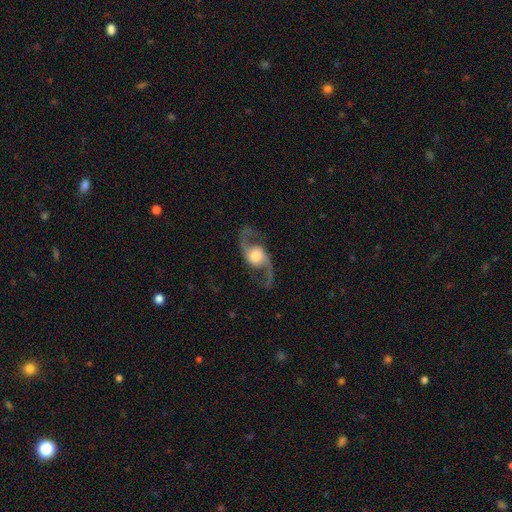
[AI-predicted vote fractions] Smooth or featured?
  - featured or disk: 91% *
  - smooth: 5%
  - star or artifact: 4%
Edge-on disk?
  - no: 96% *
  - yes: 4%
Bar?
  - no: 63% *
  - weak: 28%
  - strong: 9%
Spiral arms?
  - yes: 97% *
  - no: 3%
Spiral winding?
  - loose: 65% *
  - medium: 30%
  - tight: 5%
Spiral arm count?
  - 2: 95% *
  - can't tell: 1%
  - 1: 1%
  - 3: 1%
  - 4: 1%
  - more than 4: 1%
Bulge size?
  - large: 50% *
  - moderate: 30%
  - dominant: 10%
  - small: 7%
  - none: 3%
Merging?
  - none: 82% *
  - minor disturbance: 10%
  - major disturbance: 6%
  - merger: 1%